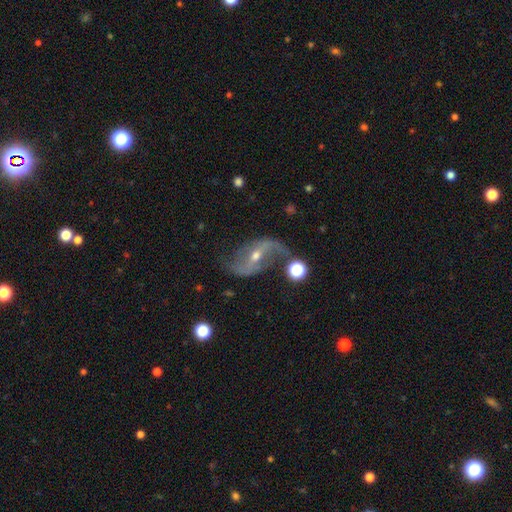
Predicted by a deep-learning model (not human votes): Smooth or featured?
  - featured or disk: 87% *
  - star or artifact: 7%
  - smooth: 6%
Edge-on disk?
  - no: 95% *
  - yes: 5%
Bar?
  - weak: 35% *
  - no: 34%
  - strong: 31%
Spiral arms?
  - yes: 94% *
  - no: 6%
Spiral winding?
  - loose: 72% *
  - medium: 21%
  - tight: 7%
Spiral arm count?
  - 2: 89% *
  - 1: 5%
  - can't tell: 3%
  - 3: 1%
  - 4: 1%
  - more than 4: 1%
Bulge size?
  - small: 50% *
  - moderate: 46%
  - large: 2%
  - none: 1%
  - dominant: 1%
Merging?
  - none: 66% *
  - minor disturbance: 17%
  - major disturbance: 11%
  - merger: 6%